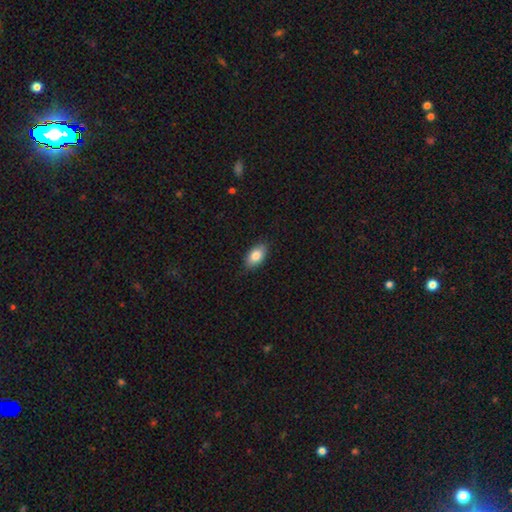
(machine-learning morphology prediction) smooth_or_featured: smooth (p=0.84) [alt: featured or disk p=0.09]
how_rounded: in between (p=0.92) [alt: round p=0.06]
merging: none (p=0.87) [alt: minor disturbance p=0.10]